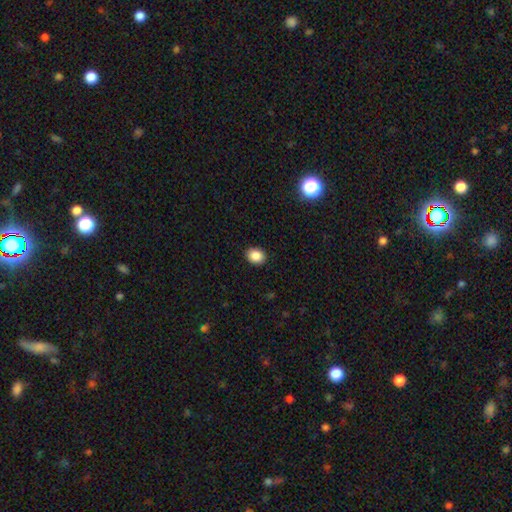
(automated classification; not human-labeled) Morphology: type=smooth (88%); roundness=round (50%); merging=none (90%).